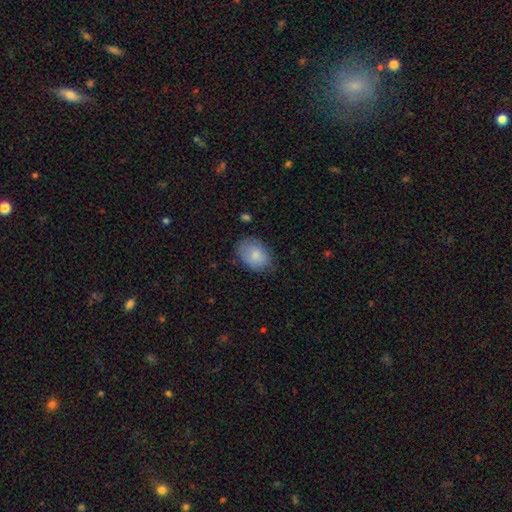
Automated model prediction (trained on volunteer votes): Morphology: type=smooth (84%); roundness=in between (80%); merging=none (75%).